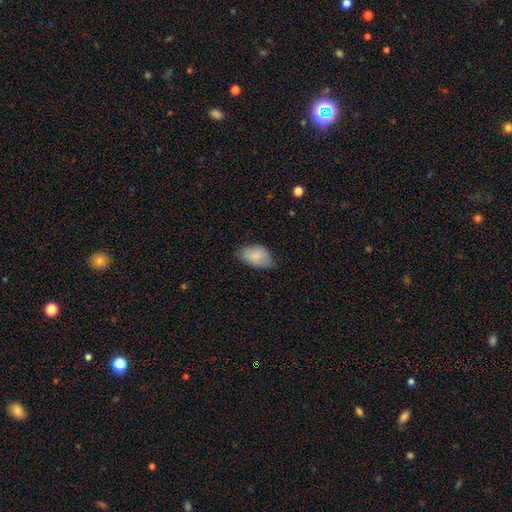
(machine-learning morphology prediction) This is clearly a smooth galaxy (83%). How rounded: clearly in between (91%). Merging: possibly none (53%).